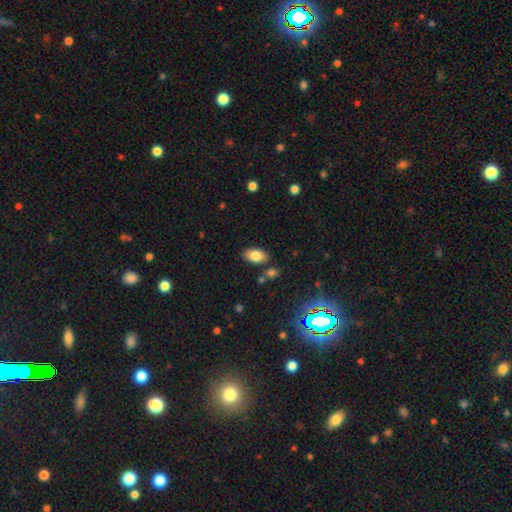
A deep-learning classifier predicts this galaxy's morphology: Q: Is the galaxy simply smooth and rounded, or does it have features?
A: smooth — 81%.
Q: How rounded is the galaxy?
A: in between — 93%.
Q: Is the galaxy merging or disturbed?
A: none — 83%.